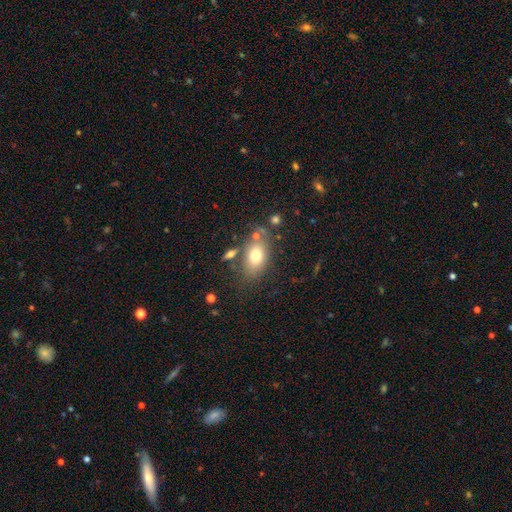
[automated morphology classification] This is likely a smooth galaxy (74%). How rounded: clearly in between (84%). Merging: likely none (67%).